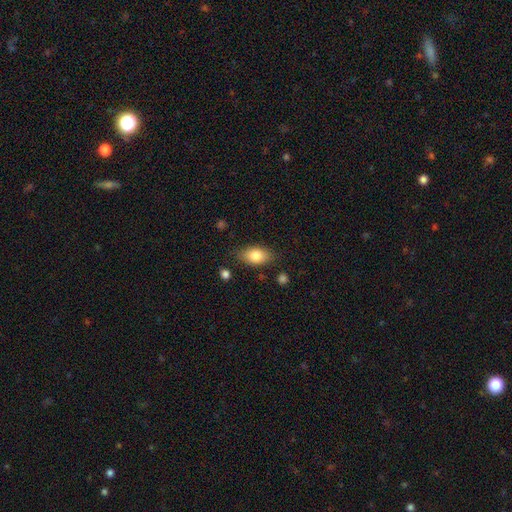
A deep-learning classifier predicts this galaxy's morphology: The model was most divided on "merging": none: 80%, minor disturbance: 14%, major disturbance: 4%, merger: 2%. More confident: how rounded — in between (88%); smooth or featured — smooth (83%).